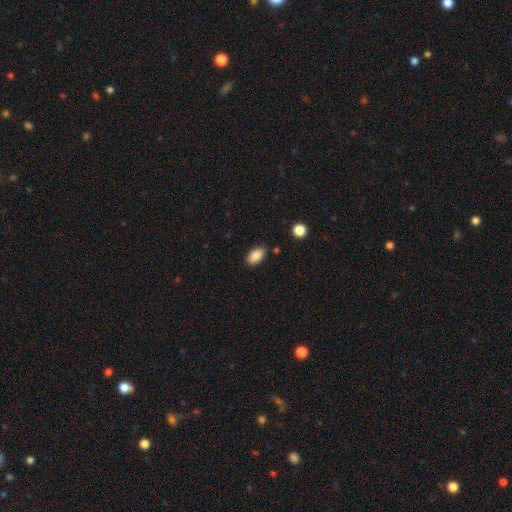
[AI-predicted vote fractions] Smooth or featured?
  - smooth: 87% *
  - star or artifact: 8%
  - featured or disk: 5%
How rounded?
  - in between: 93% *
  - round: 5%
  - cigar-shaped: 2%
Merging?
  - none: 84% *
  - minor disturbance: 11%
  - merger: 3%
  - major disturbance: 2%